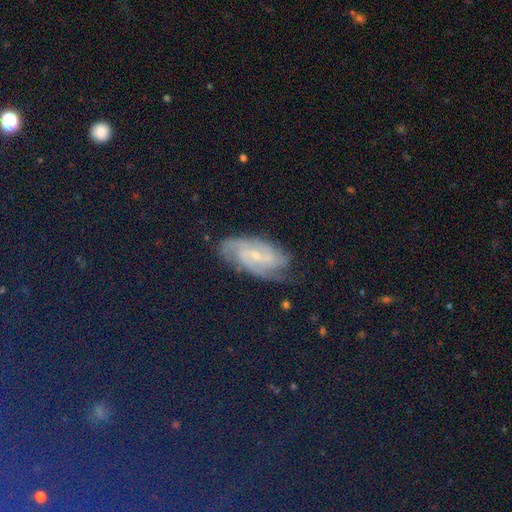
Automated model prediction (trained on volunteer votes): This is likely a featured or disk galaxy (62%). It is clearly not viewed edge-on (94%). Bar: marginally no (43%, tied with weak). Spiral arm pattern: clearly yes (94%). Spiral arm count: marginally 2 (31%). Spiral winding: possibly tight (52%). Central bulge: likely small (74%). Merging: likely none (77%).